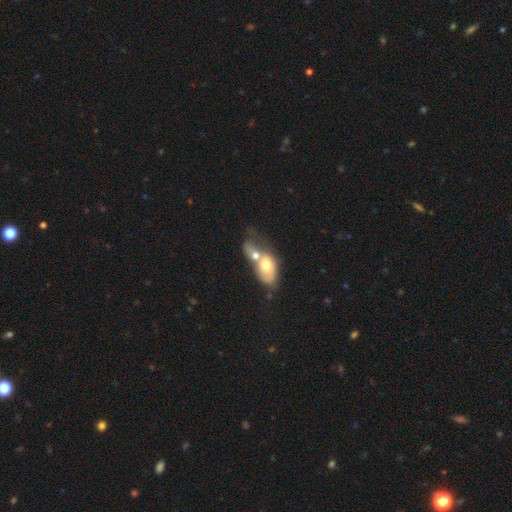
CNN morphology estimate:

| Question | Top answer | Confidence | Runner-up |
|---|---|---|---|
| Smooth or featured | smooth | 61% | featured or disk (32%) |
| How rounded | in between | 82% | round (12%) |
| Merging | merger | 75% | none (10%) |